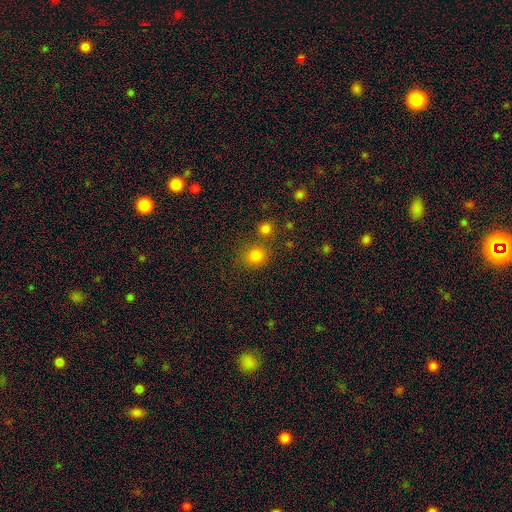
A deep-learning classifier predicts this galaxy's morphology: The model was most divided on "merging": none: 65%, merger: 20%, minor disturbance: 10%, major disturbance: 5%. More confident: smooth or featured — smooth (80%); how rounded — round (75%).